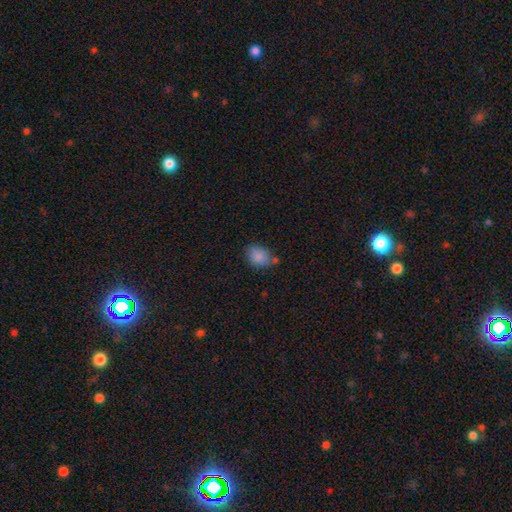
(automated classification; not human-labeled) This is clearly a smooth galaxy (85%). How rounded: likely in between (67%). Merging: likely none (63%).